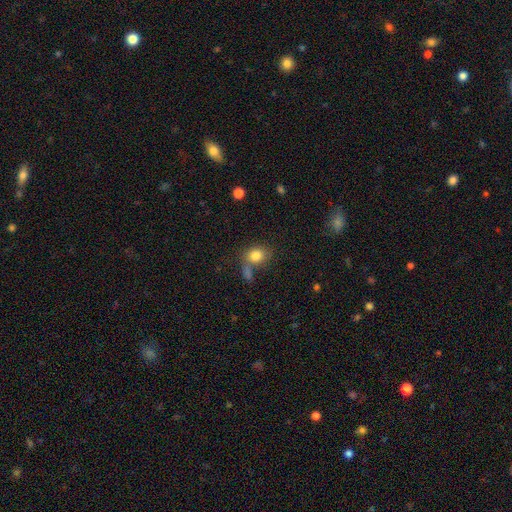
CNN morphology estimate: type=smooth (82%); roundness=round (59%); merging=none (55%).